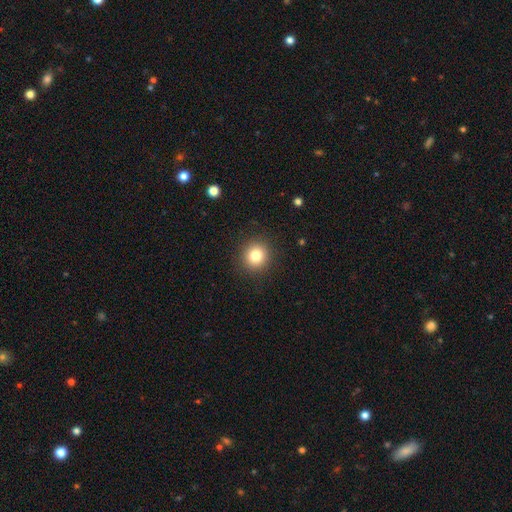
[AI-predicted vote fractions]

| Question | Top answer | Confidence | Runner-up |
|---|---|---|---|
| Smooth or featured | smooth | 82% | star or artifact (11%) |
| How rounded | round | 91% | in between (8%) |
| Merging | none | 91% | minor disturbance (6%) |